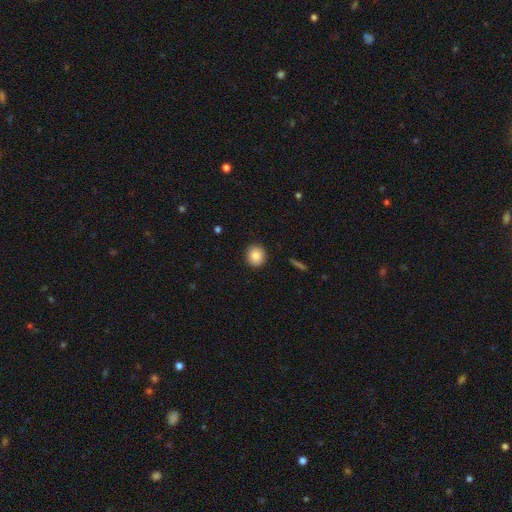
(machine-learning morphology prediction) smooth 87%, star or artifact 8%, featured or disk 5%. Down the decision tree: how rounded — round (88%); merging — none (91%).